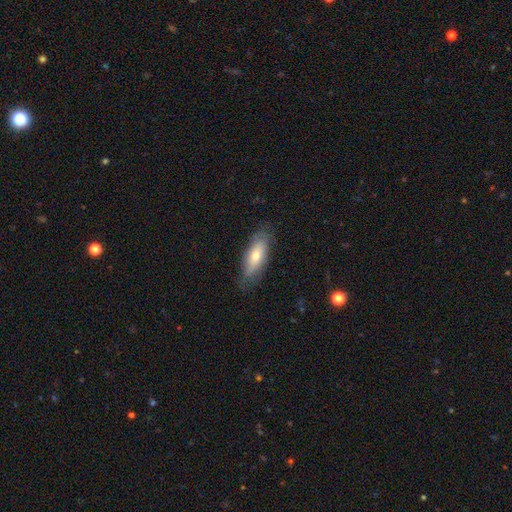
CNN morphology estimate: Q: Smooth or featured?
A: smooth (60%); runner-up: featured or disk (33%)
Q: How rounded?
A: in between (67%); runner-up: cigar-shaped (31%)
Q: Merging?
A: none (76%); runner-up: minor disturbance (18%)